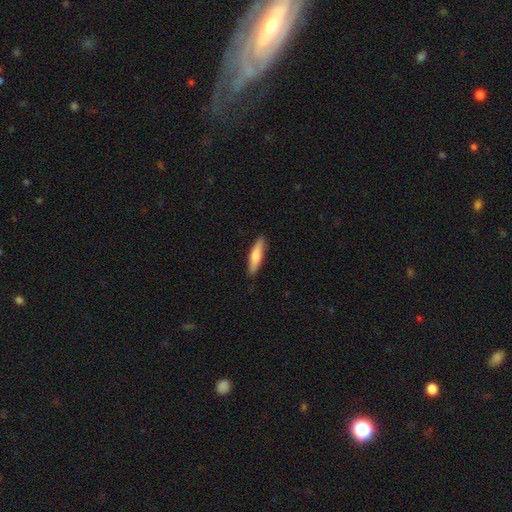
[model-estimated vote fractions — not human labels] The model was most divided on "smooth or featured": smooth: 73%, featured or disk: 22%, star or artifact: 5%. More confident: merging — none (87%); how rounded — cigar-shaped (79%).